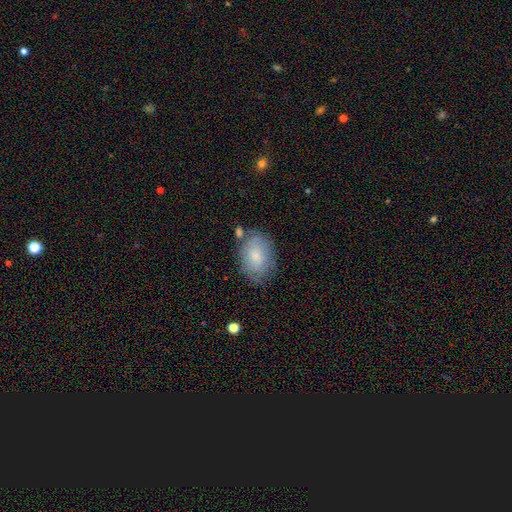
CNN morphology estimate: smooth-or-featured: smooth: 70% | featured or disk: 23% | star or artifact: 7%
  how-rounded: in between: 83% | round: 16% | cigar-shaped: 1%
  merging: none: 68% | minor disturbance: 21% | major disturbance: 6% | merger: 5%